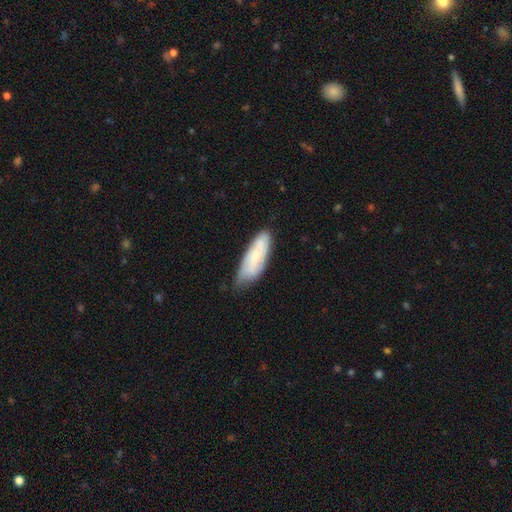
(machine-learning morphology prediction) smooth_or_featured: smooth (p=0.62) [alt: featured or disk p=0.31]
how_rounded: in between (p=0.58) [alt: cigar-shaped p=0.41]
merging: none (p=0.62) [alt: minor disturbance p=0.31]